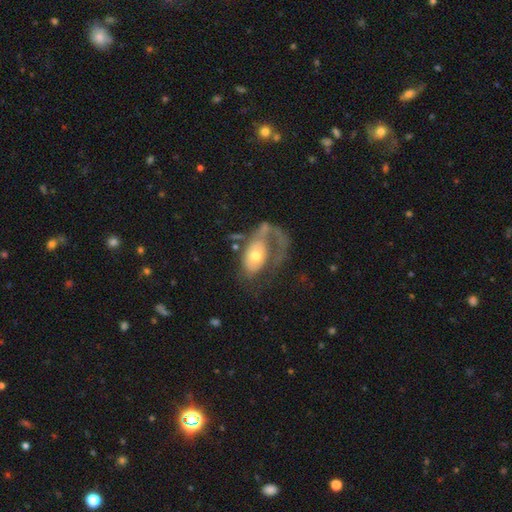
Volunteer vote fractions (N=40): Overall: featured or disk (62%; smooth 32%). Edge-on disk: no (80%). Bar: no (90%). Spiral arms: yes (60%; no 40%). Spiral arm count: 1 (83%). Spiral winding: loose (50%; tight 25%). Bulge size: moderate (85%). Merging: major disturbance (66%).